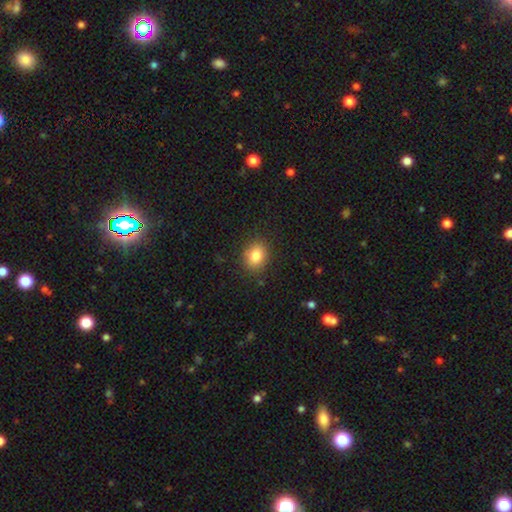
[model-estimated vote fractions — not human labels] Smooth or featured?
  - smooth: 83% *
  - star or artifact: 10%
  - featured or disk: 7%
How rounded?
  - round: 58% *
  - in between: 41%
  - cigar-shaped: 1%
Merging?
  - none: 86% *
  - minor disturbance: 10%
  - major disturbance: 3%
  - merger: 1%